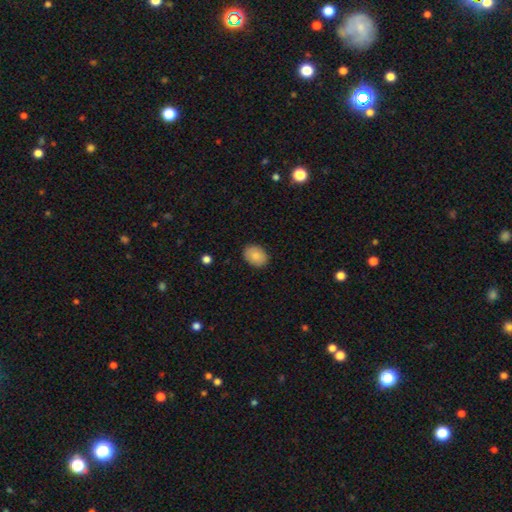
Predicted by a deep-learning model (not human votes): Smooth or featured?
  - smooth: 86% *
  - featured or disk: 7%
  - star or artifact: 7%
How rounded?
  - in between: 71% *
  - round: 28%
  - cigar-shaped: 1%
Merging?
  - none: 88% *
  - minor disturbance: 9%
  - major disturbance: 2%
  - merger: 1%